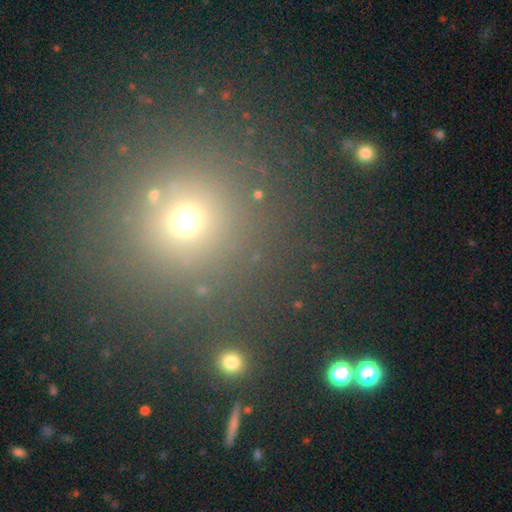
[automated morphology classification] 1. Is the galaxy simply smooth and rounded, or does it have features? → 56% smooth, 36% star or artifact, 7% featured or disk.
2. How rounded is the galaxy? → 94% round, 5% in between, 1% cigar-shaped.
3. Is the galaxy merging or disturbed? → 87% none, 6% minor disturbance, 4% merger, 3% major disturbance.